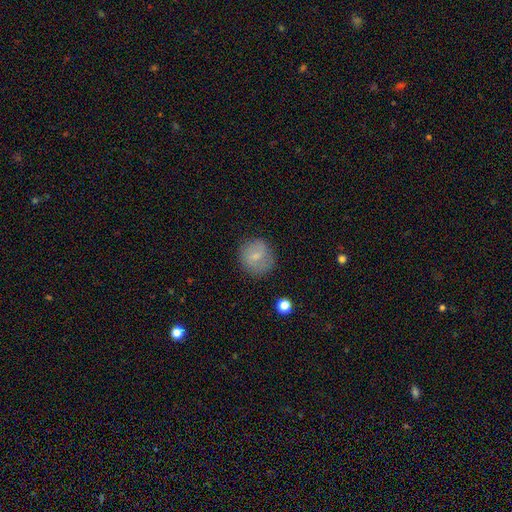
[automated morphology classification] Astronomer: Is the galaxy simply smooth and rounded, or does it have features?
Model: smooth — 69%.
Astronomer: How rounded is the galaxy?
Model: round — 86%.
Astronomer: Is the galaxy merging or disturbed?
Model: none — 79%.